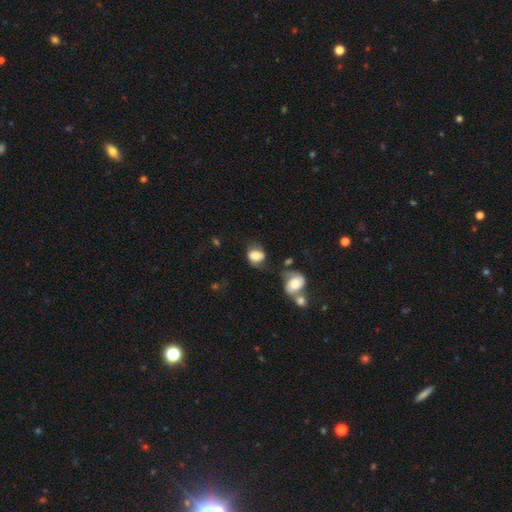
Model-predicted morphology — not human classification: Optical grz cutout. It shows a smooth galaxy with no disk features (70%) that is in between round and cigar-shaped (61%). Merging: none (40%).